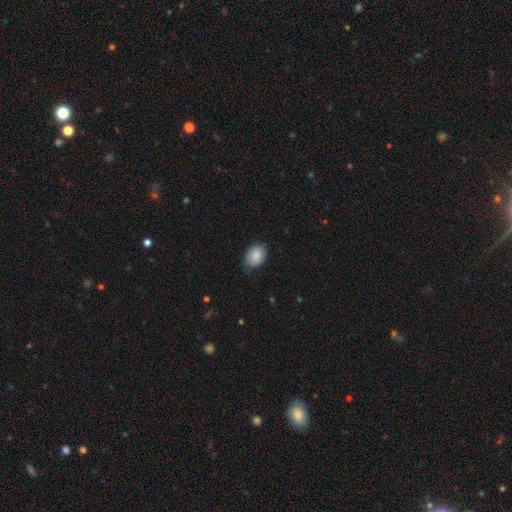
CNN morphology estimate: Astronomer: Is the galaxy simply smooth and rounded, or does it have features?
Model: smooth — 85%.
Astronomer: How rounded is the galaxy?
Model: in between — 76%.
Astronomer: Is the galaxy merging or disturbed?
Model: none — 71%.